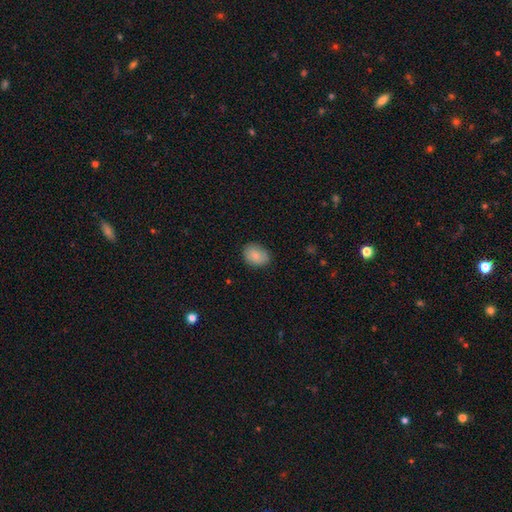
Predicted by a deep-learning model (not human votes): Smooth or featured?
  - smooth: 85% *
  - star or artifact: 7%
  - featured or disk: 7%
How rounded?
  - in between: 64% *
  - round: 35%
  - cigar-shaped: 1%
Merging?
  - none: 80% *
  - minor disturbance: 16%
  - major disturbance: 3%
  - merger: 1%